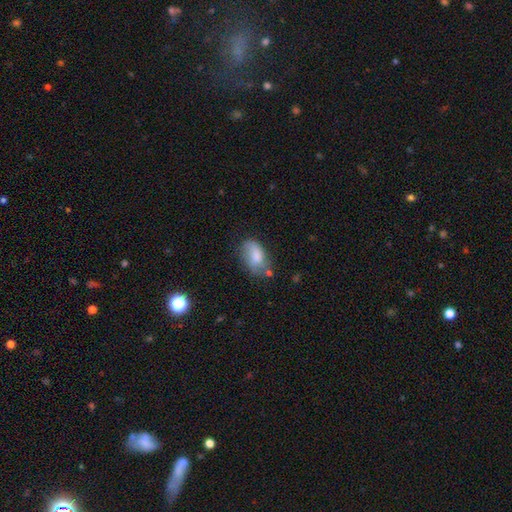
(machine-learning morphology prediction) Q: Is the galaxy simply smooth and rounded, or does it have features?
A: smooth — 72%.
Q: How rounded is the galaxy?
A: in between — 90%.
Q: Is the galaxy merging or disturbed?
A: none — 49%.